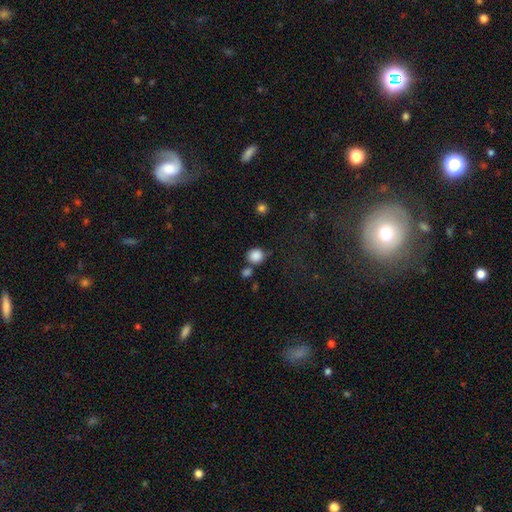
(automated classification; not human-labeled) Smooth or featured? smooth (86%)
How rounded? round (86%)
Merging? none (67%)